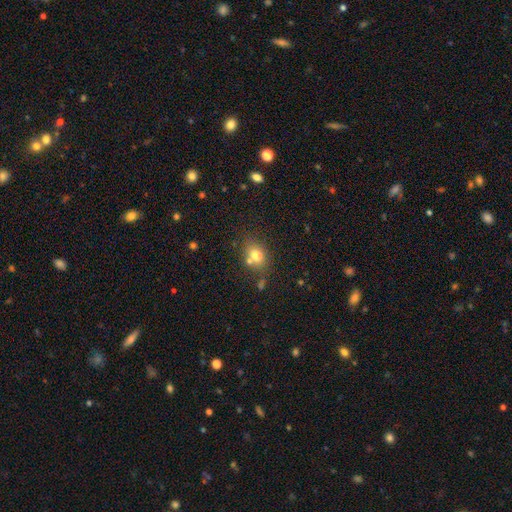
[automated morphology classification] Q: Smooth or featured?
A: smooth (73%); runner-up: featured or disk (15%)
Q: How rounded?
A: in between (59%); runner-up: round (40%)
Q: Merging?
A: none (59%); runner-up: merger (22%)